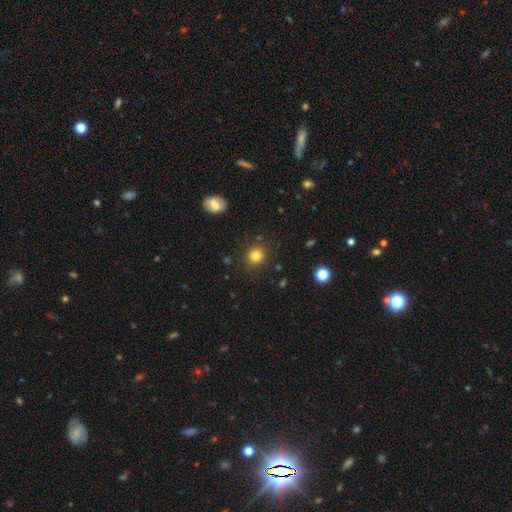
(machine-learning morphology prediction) The model was most divided on "smooth or featured": smooth: 82%, star or artifact: 12%, featured or disk: 6%. More confident: merging — none (88%); how rounded — round (85%).